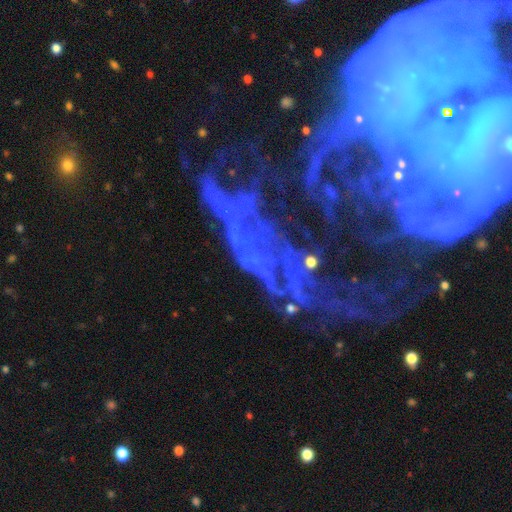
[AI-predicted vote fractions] Morphology: type=featured or disk (64%); edge-on=no (89%); bar=no (59%); spiral arms=yes (68%); bulge=small (42%); merging=none (36%).